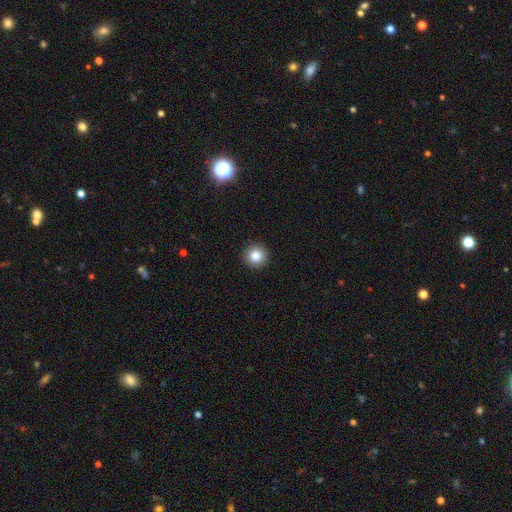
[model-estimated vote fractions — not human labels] Smooth or featured?
  - smooth: 86% *
  - star or artifact: 10%
  - featured or disk: 5%
How rounded?
  - round: 95% *
  - in between: 4%
  - cigar-shaped: 1%
Merging?
  - none: 93% *
  - minor disturbance: 5%
  - major disturbance: 2%
  - merger: 1%